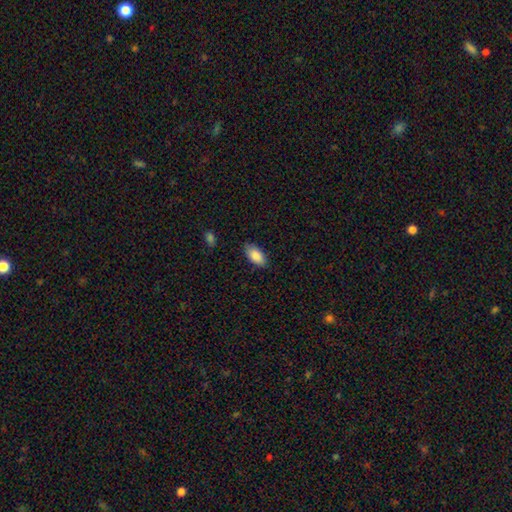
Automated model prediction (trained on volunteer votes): The model was most divided on "merging": none: 83%, minor disturbance: 13%, major disturbance: 3%, merger: 1%. More confident: how rounded — in between (93%); smooth or featured — smooth (87%).